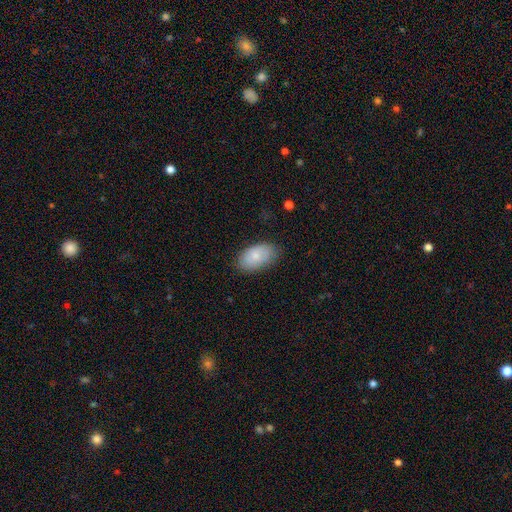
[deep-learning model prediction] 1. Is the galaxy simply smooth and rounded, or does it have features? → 79% smooth, 15% featured or disk, 6% star or artifact.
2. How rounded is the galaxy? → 94% in between, 4% round, 2% cigar-shaped.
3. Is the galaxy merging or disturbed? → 78% none, 17% minor disturbance, 3% major disturbance, 1% merger.